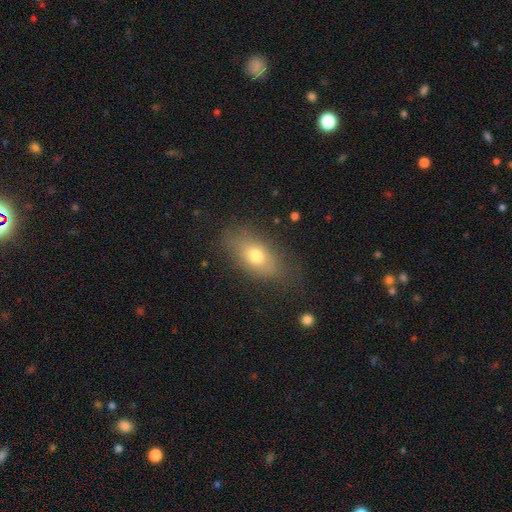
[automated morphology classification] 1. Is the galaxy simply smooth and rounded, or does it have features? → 70% smooth, 20% featured or disk, 10% star or artifact.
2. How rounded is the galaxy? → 83% in between, 9% round, 9% cigar-shaped.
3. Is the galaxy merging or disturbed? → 76% none, 17% minor disturbance, 6% major disturbance, 2% merger.